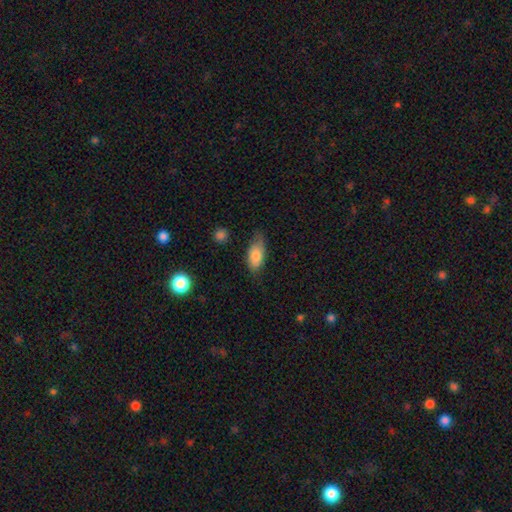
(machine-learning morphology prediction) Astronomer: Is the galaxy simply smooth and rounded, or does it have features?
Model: smooth — 81%.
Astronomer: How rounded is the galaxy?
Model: in between — 86%.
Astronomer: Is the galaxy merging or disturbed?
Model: none — 64%.